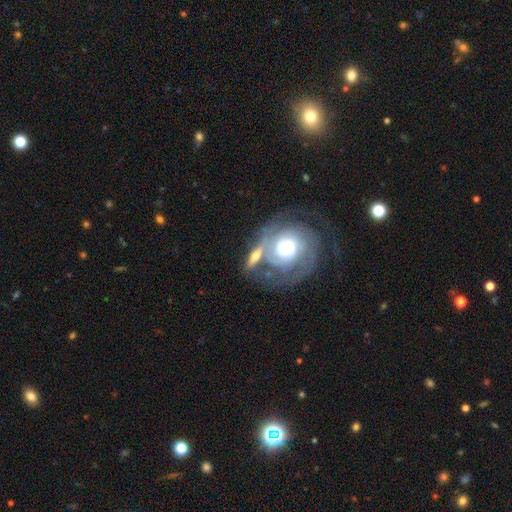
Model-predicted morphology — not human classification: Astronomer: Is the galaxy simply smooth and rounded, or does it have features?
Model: featured or disk — 60%.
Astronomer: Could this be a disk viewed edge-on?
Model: no — 82%.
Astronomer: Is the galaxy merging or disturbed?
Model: none — 45% (runner-up: merger, 29%).